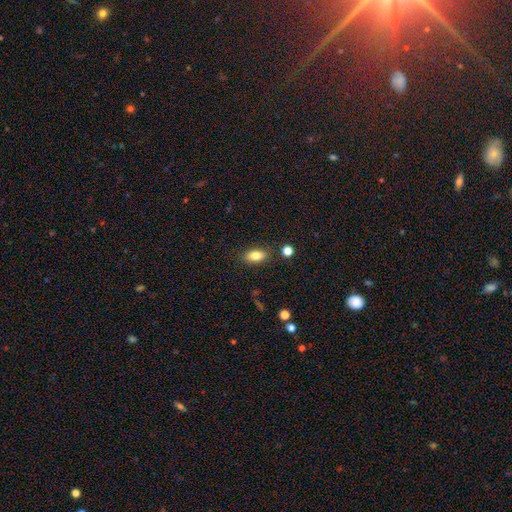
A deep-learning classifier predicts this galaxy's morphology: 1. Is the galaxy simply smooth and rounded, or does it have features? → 82% smooth, 10% featured or disk, 9% star or artifact.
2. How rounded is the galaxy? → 88% in between, 6% round, 6% cigar-shaped.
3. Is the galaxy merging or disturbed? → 85% none, 10% minor disturbance, 3% merger, 3% major disturbance.